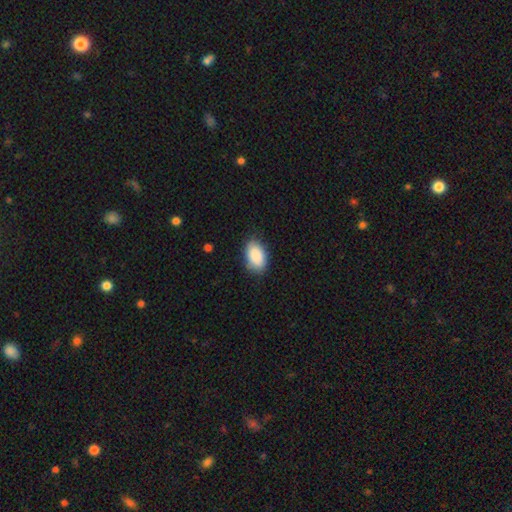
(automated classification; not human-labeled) Smooth or featured? Predicted: smooth (p=0.89). How rounded? Predicted: in between (p=0.93). Merging? Predicted: none (p=0.82).